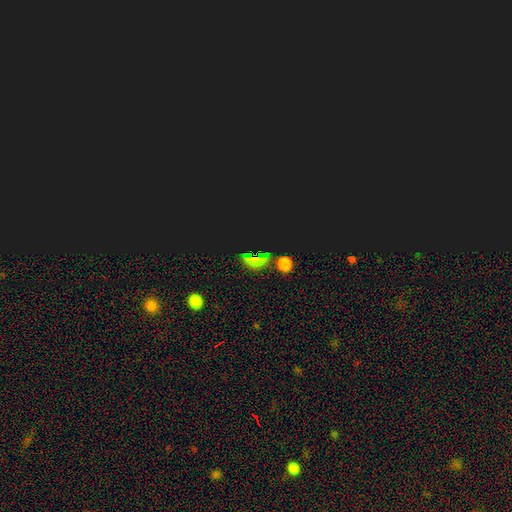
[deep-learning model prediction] star or artifact 70%, smooth 22%, featured or disk 8%.